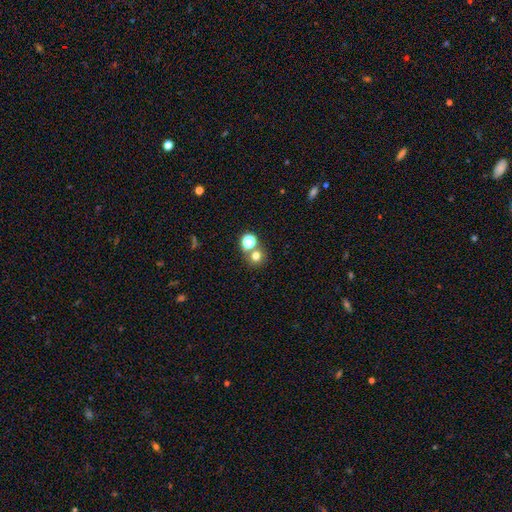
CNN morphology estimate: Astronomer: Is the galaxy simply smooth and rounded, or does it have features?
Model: smooth — 71%.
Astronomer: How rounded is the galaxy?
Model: round — 86%.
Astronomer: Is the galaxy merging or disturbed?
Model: none — 64%.